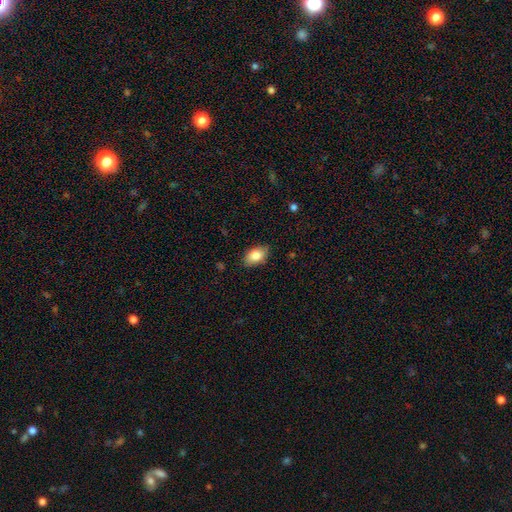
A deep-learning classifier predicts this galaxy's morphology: Smooth or featured? smooth (84%)
How rounded? in between (90%)
Merging? none (84%)